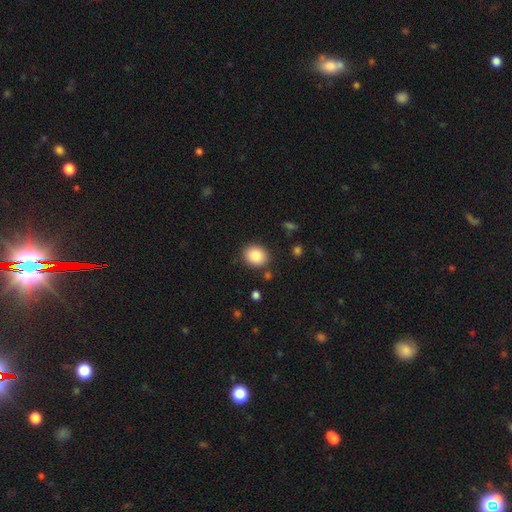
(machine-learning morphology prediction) A smooth galaxy with no disk features (87%) that is round (55%).

Vote fractions:
- Smooth or featured? smooth: 87% / star or artifact: 8% / featured or disk: 5%
- How rounded? round: 55% / in between: 44% / cigar-shaped: 1%
- Merging? none: 86% / minor disturbance: 9% / major disturbance: 3% / merger: 2%